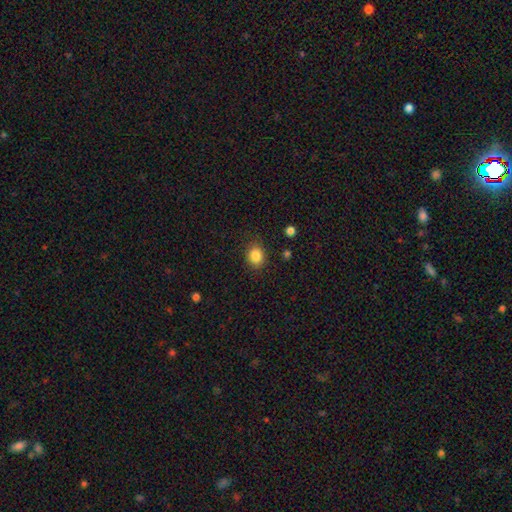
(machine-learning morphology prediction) A smooth galaxy with no disk features (84%) that is round (66%).

Vote fractions:
- Smooth or featured? smooth: 84% / star or artifact: 10% / featured or disk: 5%
- How rounded? round: 66% / in between: 33% / cigar-shaped: 1%
- Merging? none: 84% / minor disturbance: 11% / major disturbance: 3% / merger: 2%